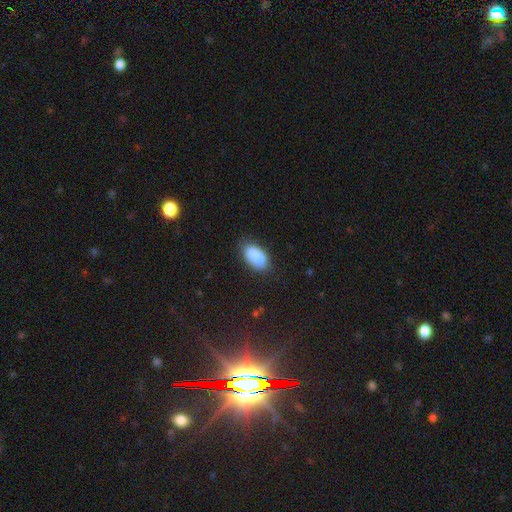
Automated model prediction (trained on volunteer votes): Smooth or featured?
  - smooth: 84% *
  - featured or disk: 9%
  - star or artifact: 8%
How rounded?
  - in between: 92% *
  - round: 5%
  - cigar-shaped: 3%
Merging?
  - none: 66% *
  - minor disturbance: 22%
  - merger: 6%
  - major disturbance: 6%